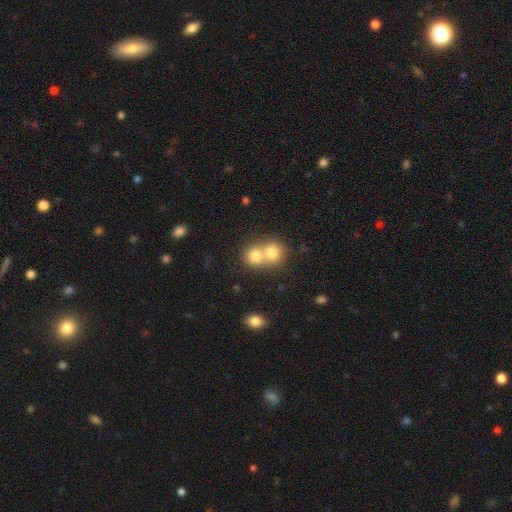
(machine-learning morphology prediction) smooth_or_featured: smooth (p=0.76) [alt: featured or disk p=0.14]
how_rounded: round (p=0.79) [alt: in between p=0.20]
merging: merger (p=0.64) [alt: none p=0.29]